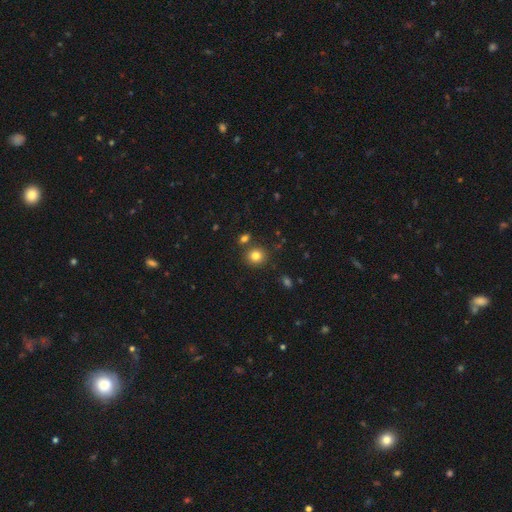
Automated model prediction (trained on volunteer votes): smooth 81%, star or artifact 12%, featured or disk 7%. Down the decision tree: how rounded — round (84%); merging — none (80%).